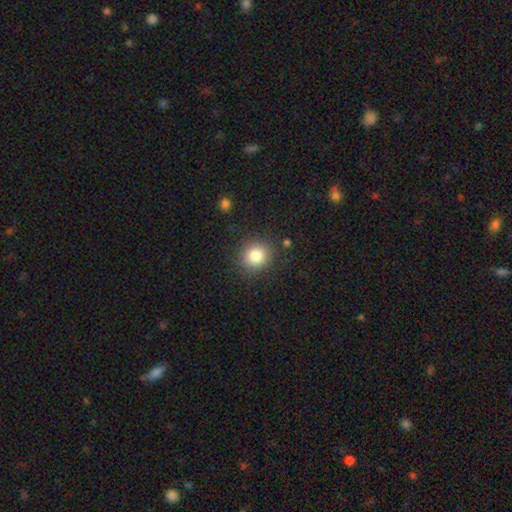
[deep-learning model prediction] Morphology: type=smooth (82%); roundness=round (85%); merging=none (87%).